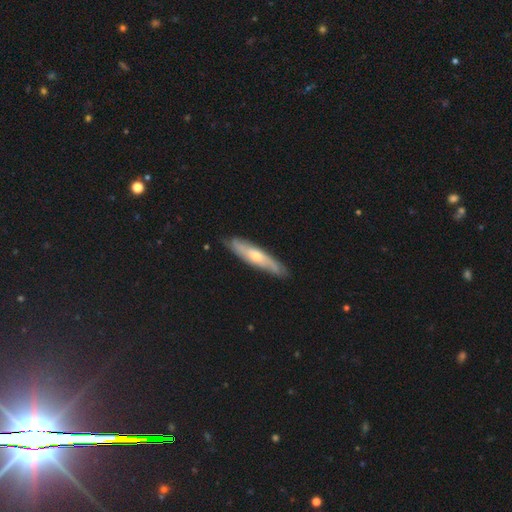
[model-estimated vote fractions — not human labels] featured or disk 59%, smooth 35%, star or artifact 6%. Down the decision tree: edge-on disk — yes (55%); merging — none (83%).